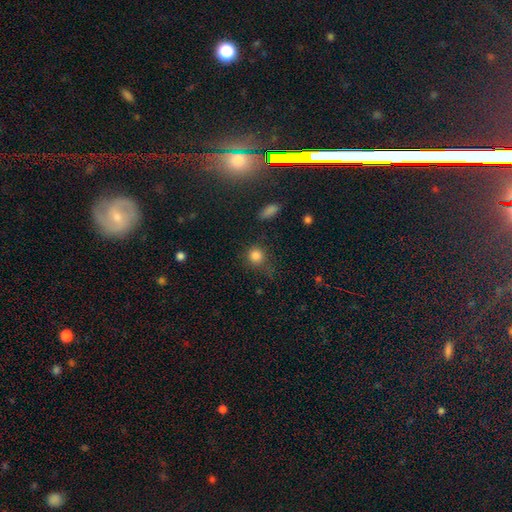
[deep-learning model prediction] Overall: smooth (83%). How rounded: round (88%). Merging: none (70%).